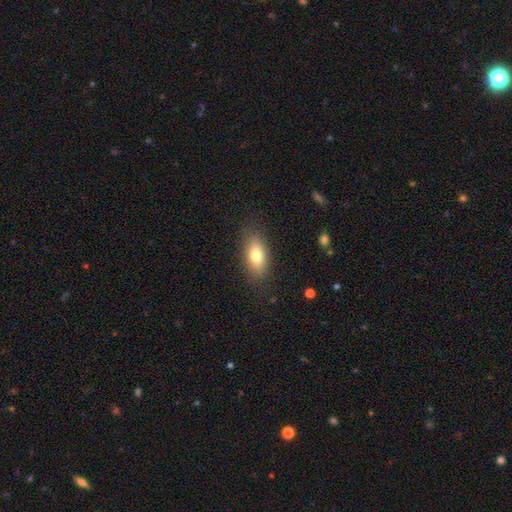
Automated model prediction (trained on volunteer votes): Q: Smooth or featured?
A: smooth (76%); runner-up: featured or disk (16%)
Q: How rounded?
A: in between (85%); runner-up: cigar-shaped (9%)
Q: Merging?
A: none (83%); runner-up: minor disturbance (12%)